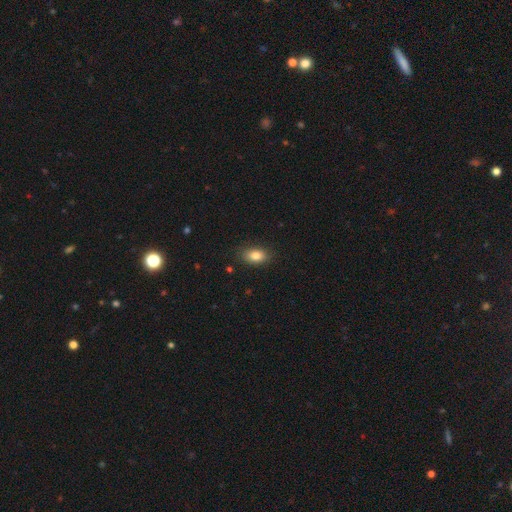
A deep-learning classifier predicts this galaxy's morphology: Overall: smooth (84%). How rounded: in between (87%). Merging: none (85%).